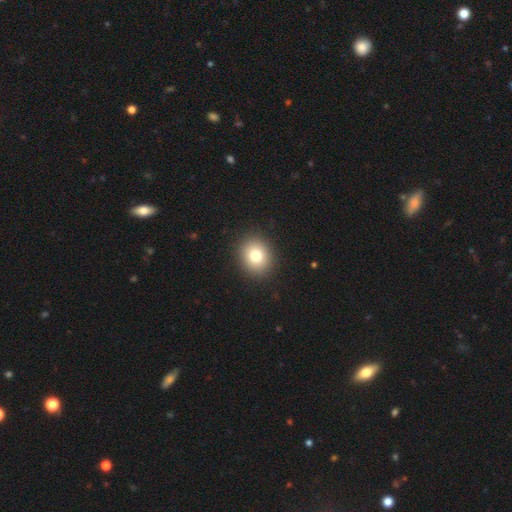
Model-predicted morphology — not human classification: Smooth or featured? Predicted: smooth (p=0.78). How rounded? Predicted: round (p=0.69). Merging? Predicted: none (p=0.91).